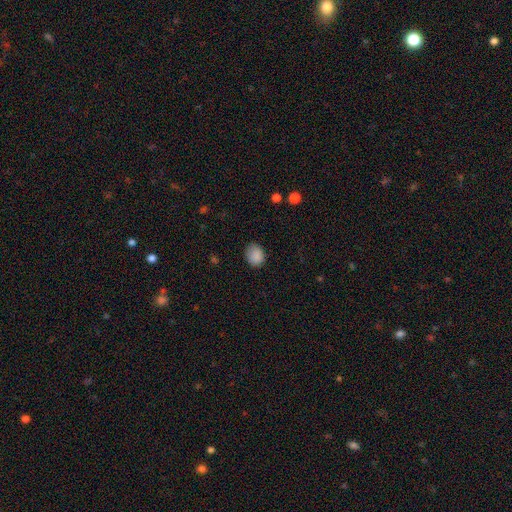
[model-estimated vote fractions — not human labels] A smooth galaxy with no disk features (87%) that is round (51%). Merging: none (78%).